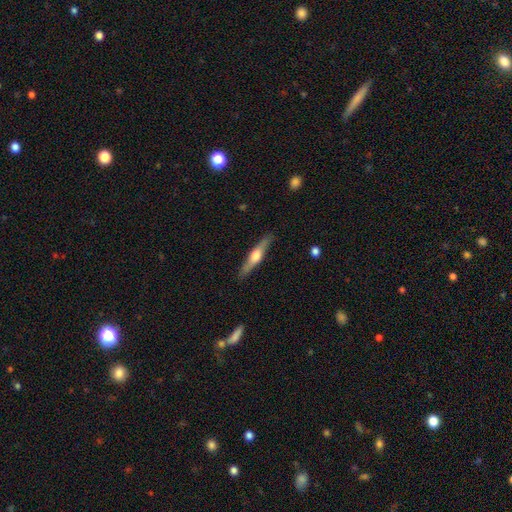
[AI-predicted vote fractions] Q: Smooth or featured?
A: featured or disk (65%); runner-up: smooth (30%)
Q: Edge-on disk?
A: yes (96%); runner-up: no (4%)
Q: Edge-on bulge?
A: rounded (90%); runner-up: boxy (7%)
Q: Merging?
A: none (88%); runner-up: minor disturbance (9%)